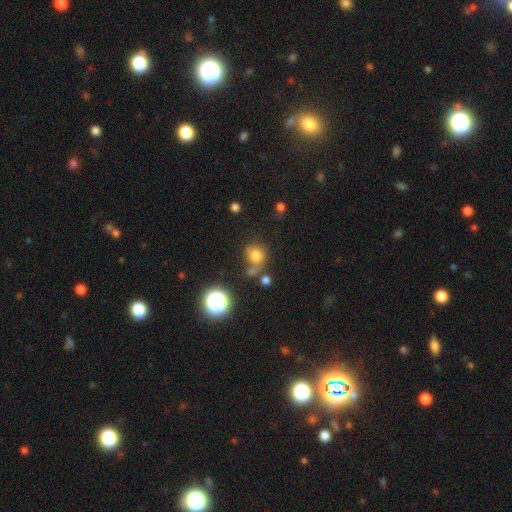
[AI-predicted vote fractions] The model was most divided on "merging": none: 54%, merger: 19%, minor disturbance: 17%, major disturbance: 10%. More confident: how rounded — round (77%); smooth or featured — smooth (75%).